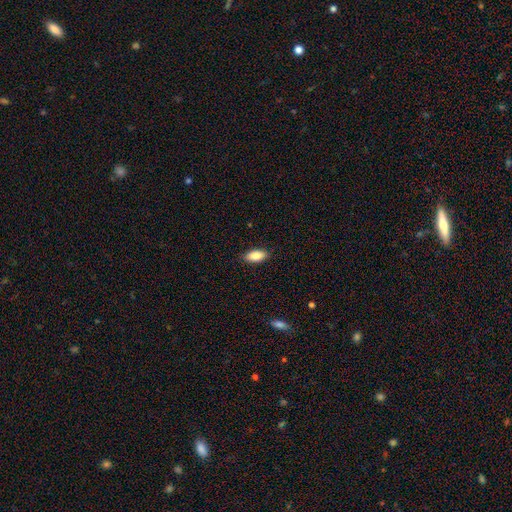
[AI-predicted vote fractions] This appears to be a smooth galaxy with no disk features (85%) that is in between round and cigar-shaped (90%). Merging: none (89%).